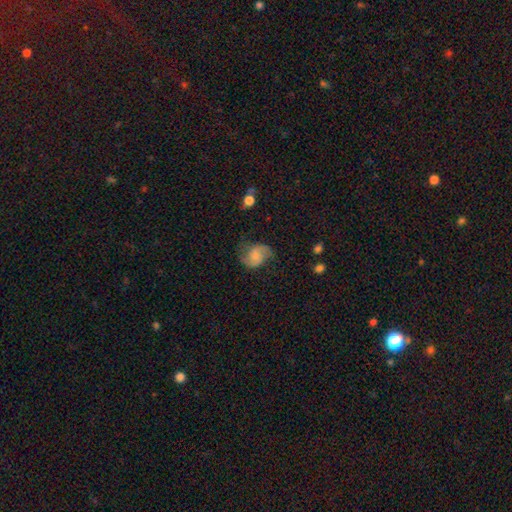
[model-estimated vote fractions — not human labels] Smooth or featured? Predicted: featured or disk (p=0.63). Edge-on disk? Predicted: no (p=0.98). Bar? Predicted: no (p=0.61). Spiral arms? Predicted: yes (p=0.92). Spiral winding? Predicted: medium (p=0.45). Spiral arm count? Predicted: 2 (p=0.89). Bulge size? Predicted: small (p=0.43). Merging? Predicted: none (p=0.63).